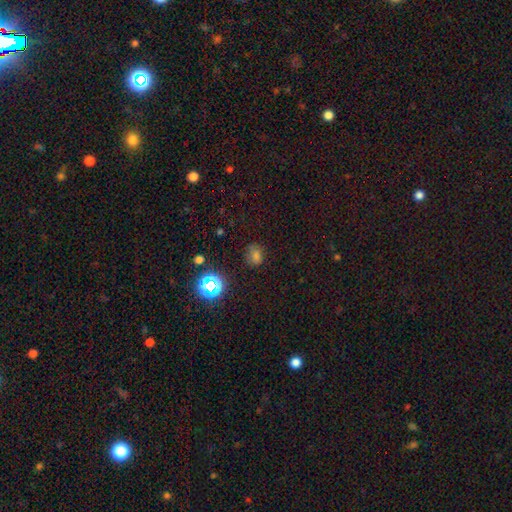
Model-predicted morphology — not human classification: Smooth or featured? Predicted: smooth (p=0.63). How rounded? Predicted: round (p=0.55). Merging? Predicted: none (p=0.72).